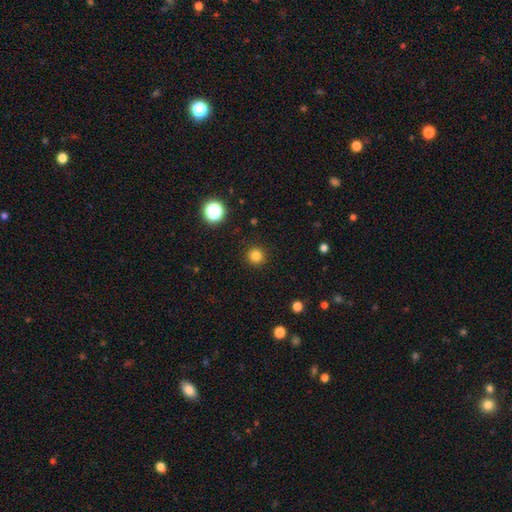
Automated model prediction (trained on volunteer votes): smooth-or-featured: smooth: 82% | star or artifact: 14% | featured or disk: 4%
  how-rounded: round: 95% | in between: 4% | cigar-shaped: 1%
  merging: none: 92% | minor disturbance: 5% | major disturbance: 2% | merger: 1%